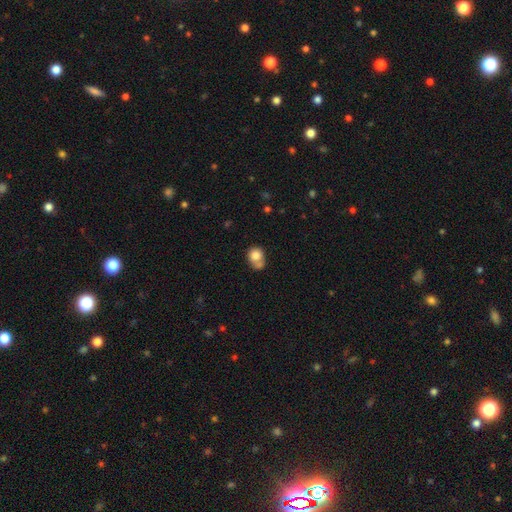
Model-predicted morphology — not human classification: smooth-or-featured: smooth: 78% | featured or disk: 13% | star or artifact: 9%
  how-rounded: round: 68% | in between: 31% | cigar-shaped: 1%
  merging: none: 38% | merger: 35% | minor disturbance: 19% | major disturbance: 9%